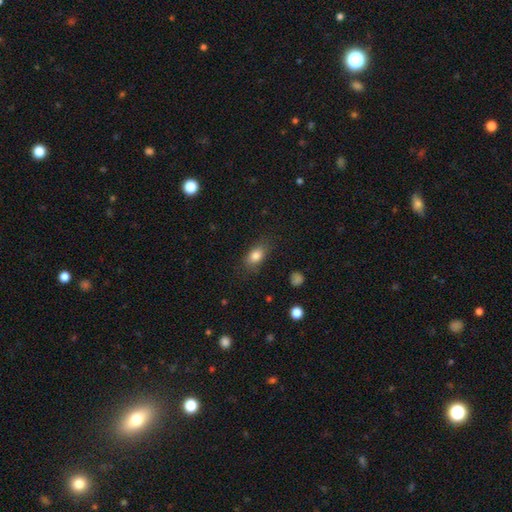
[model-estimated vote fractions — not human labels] Overall: smooth (83%). How rounded: in between (83%). Merging: none (78%).